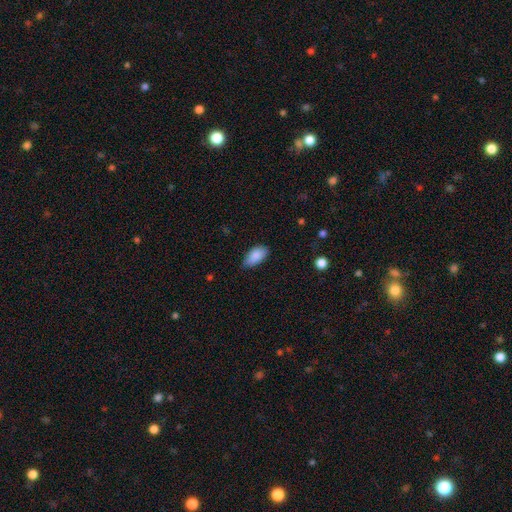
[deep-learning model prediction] smooth-or-featured: smooth: 87% | star or artifact: 7% | featured or disk: 6%
  how-rounded: in between: 92% | cigar-shaped: 4% | round: 3%
  merging: none: 70% | minor disturbance: 26% | major disturbance: 4% | merger: 1%